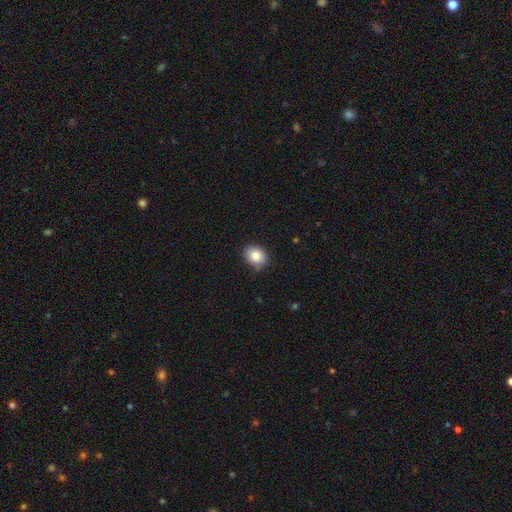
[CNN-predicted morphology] smooth-or-featured: smooth: 82% | star or artifact: 9% | featured or disk: 9%
  how-rounded: round: 59% | in between: 40% | cigar-shaped: 1%
  merging: none: 83% | minor disturbance: 13% | major disturbance: 2% | merger: 1%